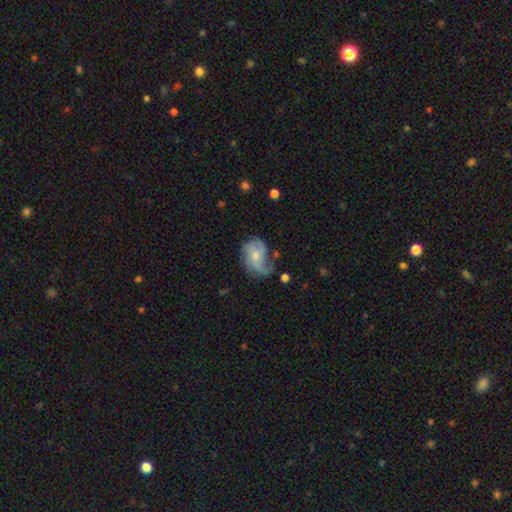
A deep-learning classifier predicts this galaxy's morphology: Smooth or featured? featured or disk (59%)
Edge-on disk? no (97%)
Bar? no (70%)
Spiral arms? yes (81%)
Bulge size? small (48%)
Merging? none (36%)